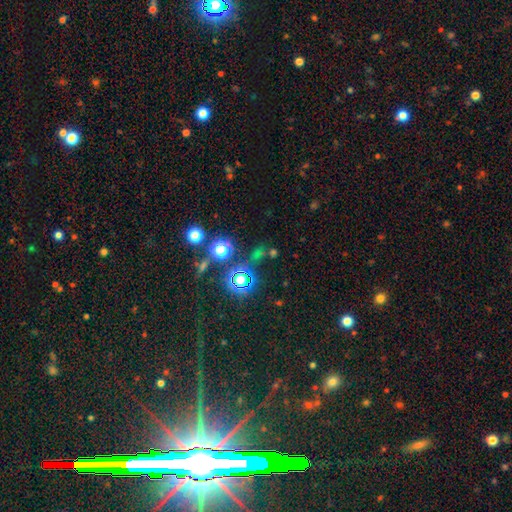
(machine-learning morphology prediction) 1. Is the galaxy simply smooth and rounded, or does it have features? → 64% star or artifact, 28% smooth, 8% featured or disk.